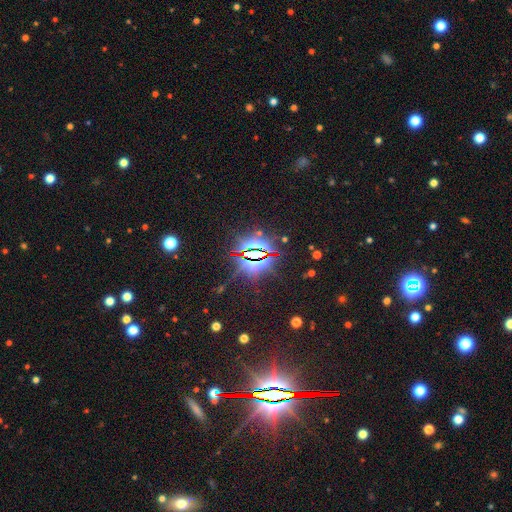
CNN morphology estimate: Smooth or featured? star or artifact (82%)